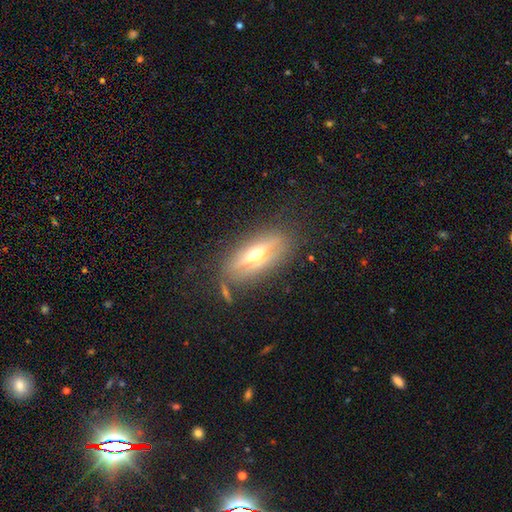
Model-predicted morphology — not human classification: Overall: featured or disk (61%; smooth 31%). Edge-on disk: yes (81%). Merging: none (78%).